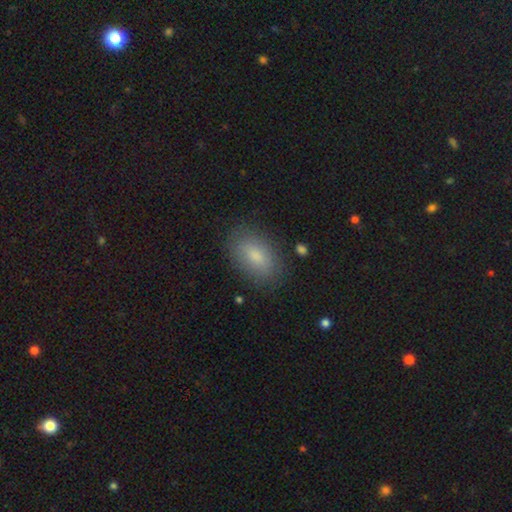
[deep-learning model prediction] smooth 80%, featured or disk 13%, star or artifact 8%. Down the decision tree: how rounded — in between (91%); merging — none (82%).